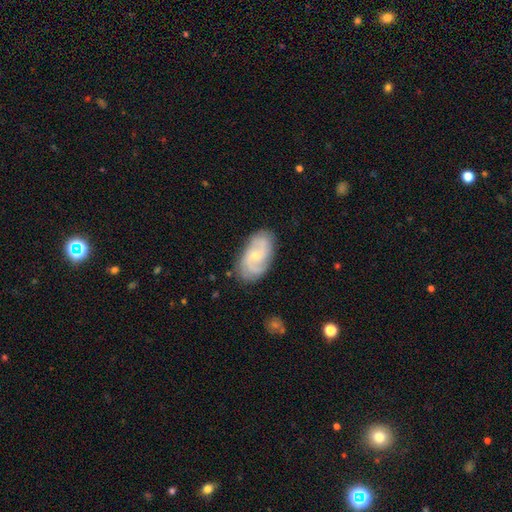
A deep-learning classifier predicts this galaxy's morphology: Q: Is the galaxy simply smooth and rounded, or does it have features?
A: featured or disk — 76%.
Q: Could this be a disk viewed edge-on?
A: no — 96%.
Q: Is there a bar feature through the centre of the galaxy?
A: no — 58%.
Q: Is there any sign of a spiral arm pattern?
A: yes — 94%.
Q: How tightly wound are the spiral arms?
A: medium — 46%.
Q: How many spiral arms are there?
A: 2 — 63%.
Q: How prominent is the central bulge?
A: small — 58%.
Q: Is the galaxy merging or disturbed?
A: none — 80%.